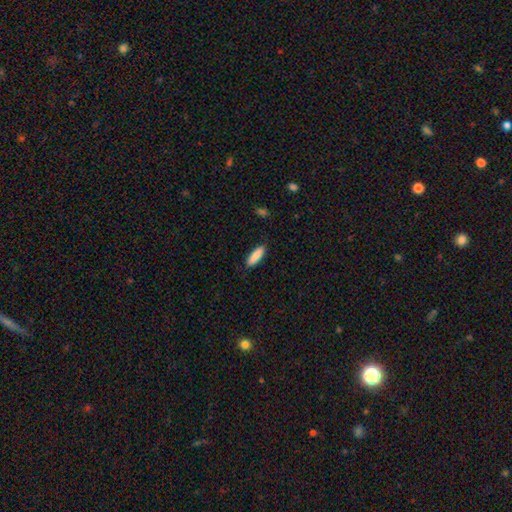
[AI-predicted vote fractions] A smooth galaxy with no disk features (87%) that is cigar-shaped (56%).

Vote fractions:
- Smooth or featured? smooth: 87% / featured or disk: 7% / star or artifact: 6%
- How rounded? cigar-shaped: 56% / in between: 43% / round: 1%
- Merging? none: 87% / minor disturbance: 10% / major disturbance: 2% / merger: 1%